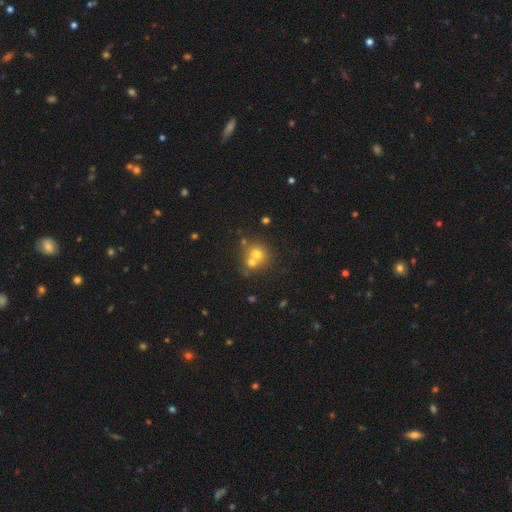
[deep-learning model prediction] This appears to be a smooth galaxy with no disk features (65%) that is round (81%). Merging: merger (51%).